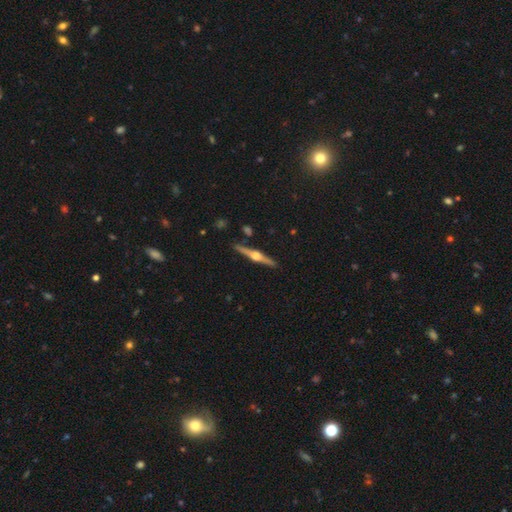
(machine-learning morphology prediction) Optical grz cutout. It shows a featured or disk galaxy (83%) viewed edge-on (98%) with a rounded central bulge (95%). Merging: none (90%).